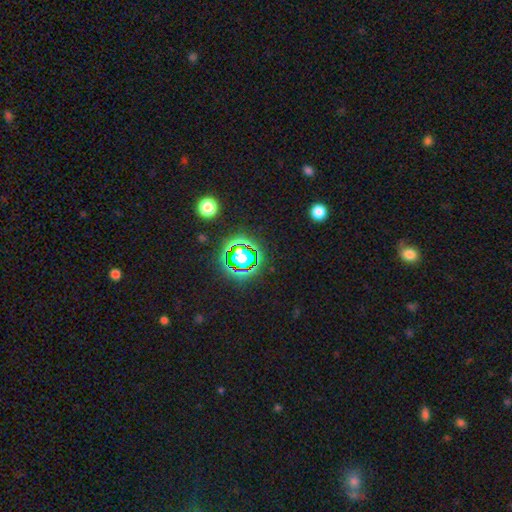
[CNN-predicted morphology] Smooth or featured? Predicted: star or artifact (p=0.80).